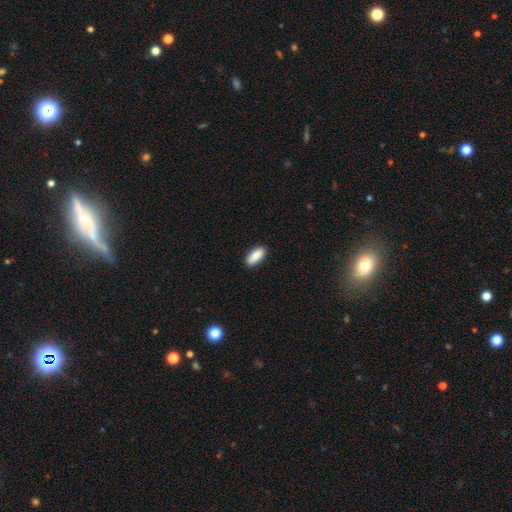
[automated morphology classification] The model was most divided on "how rounded": in between: 80%, cigar-shaped: 18%, round: 2%. More confident: smooth or featured — smooth (89%); merging — none (87%).